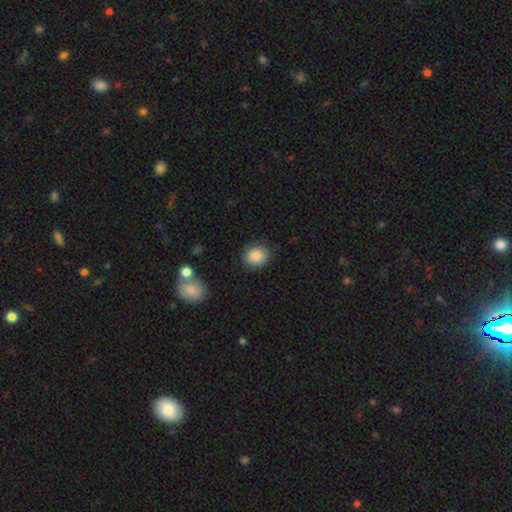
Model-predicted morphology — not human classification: The model was most divided on "how rounded": round: 70%, in between: 29%, cigar-shaped: 1%. More confident: smooth or featured — smooth (87%); merging — none (84%).